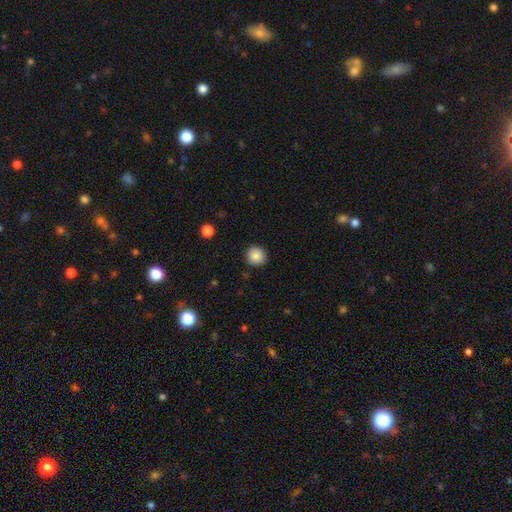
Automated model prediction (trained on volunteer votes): Smooth or featured?
  - smooth: 88% *
  - star or artifact: 9%
  - featured or disk: 3%
How rounded?
  - round: 93% *
  - in between: 6%
  - cigar-shaped: 1%
Merging?
  - none: 91% *
  - minor disturbance: 6%
  - major disturbance: 2%
  - merger: 1%